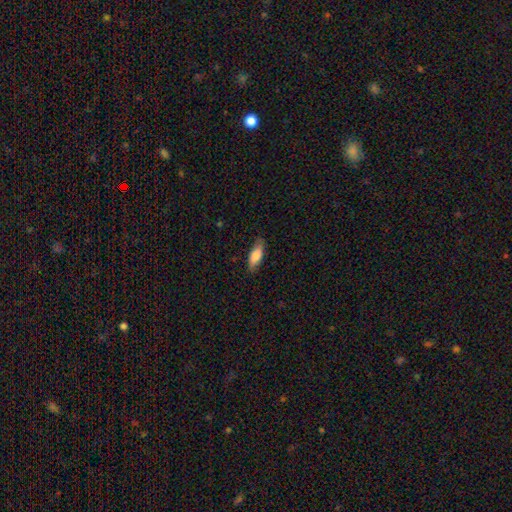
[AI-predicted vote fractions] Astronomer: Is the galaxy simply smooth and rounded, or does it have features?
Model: smooth — 78%.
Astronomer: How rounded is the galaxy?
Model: in between — 70%.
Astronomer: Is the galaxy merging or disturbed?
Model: none — 79%.